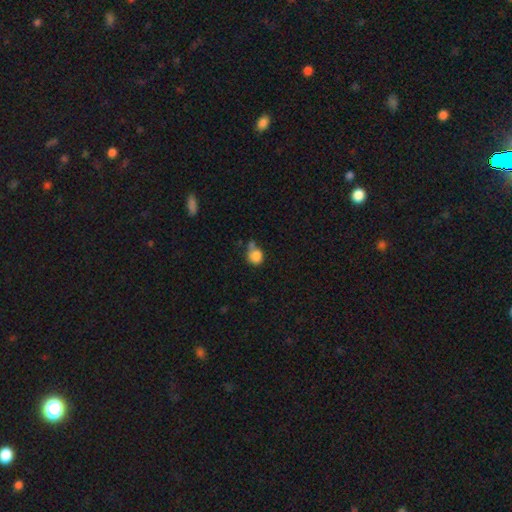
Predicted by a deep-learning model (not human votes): This appears to be a smooth galaxy with no disk features (83%) that is round (70%). Merging: none (42%).